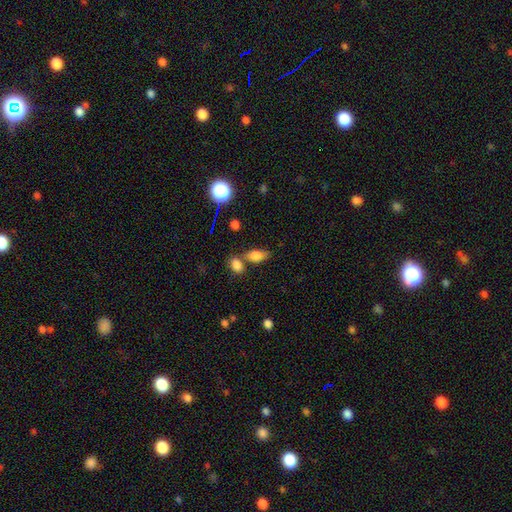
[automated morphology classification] Smooth or featured: smooth — 78% (featured or disk — 11%)
How rounded: in between — 84% (cigar-shaped — 8%)
Merging: none — 55% (merger — 27%)